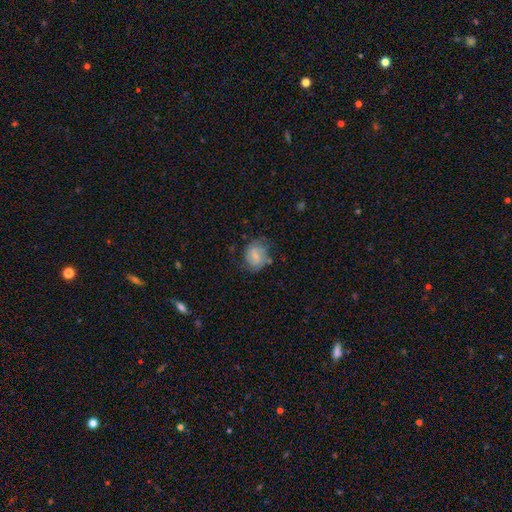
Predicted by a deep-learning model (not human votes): smooth 54%, featured or disk 38%, star or artifact 8%. Down the decision tree: how rounded — round (53%); merging — none (59%).